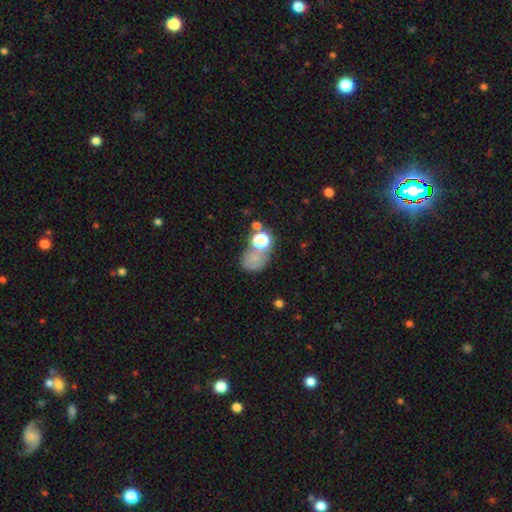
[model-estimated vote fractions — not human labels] Smooth or featured? Predicted: smooth (p=0.47). Merging? Predicted: none (p=0.50).